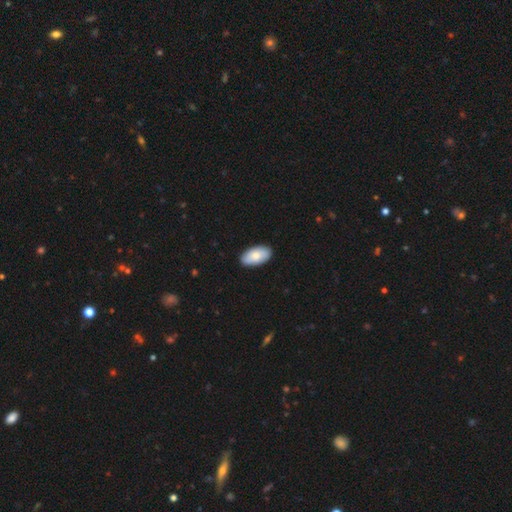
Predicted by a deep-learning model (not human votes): Smooth or featured? smooth (82%)
How rounded? in between (96%)
Merging? none (89%)